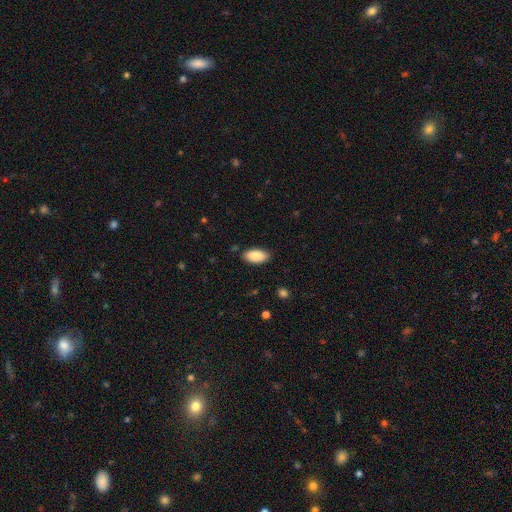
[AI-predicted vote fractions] This is clearly a smooth galaxy (89%). How rounded: clearly in between (93%). Merging: clearly none (86%).